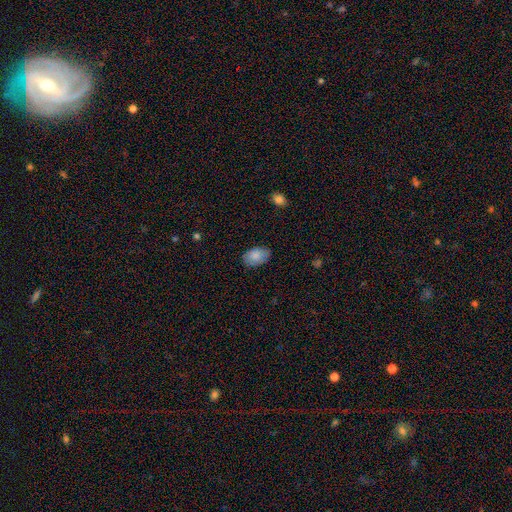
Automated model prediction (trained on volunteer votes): A smooth galaxy with no disk features (86%) that is in between round and cigar-shaped (89%).

Vote fractions:
- Smooth or featured? smooth: 86% / featured or disk: 8% / star or artifact: 7%
- How rounded? in between: 89% / round: 10% / cigar-shaped: 1%
- Merging? none: 83% / minor disturbance: 14% / major disturbance: 3% / merger: 1%